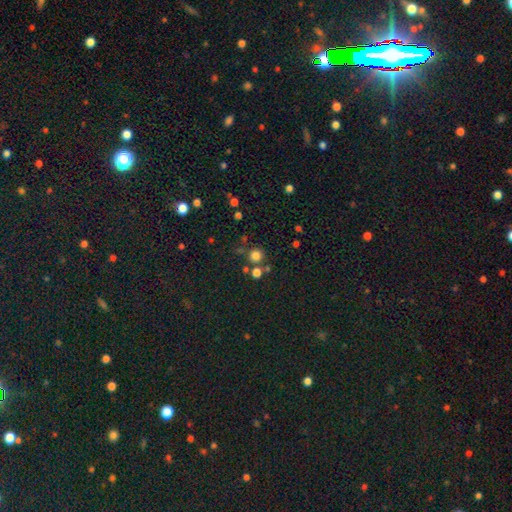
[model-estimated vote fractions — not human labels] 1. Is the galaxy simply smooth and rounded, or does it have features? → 76% smooth, 18% star or artifact, 6% featured or disk.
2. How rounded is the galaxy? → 92% round, 7% in between, 1% cigar-shaped.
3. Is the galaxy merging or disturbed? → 75% none, 13% merger, 8% minor disturbance, 4% major disturbance.